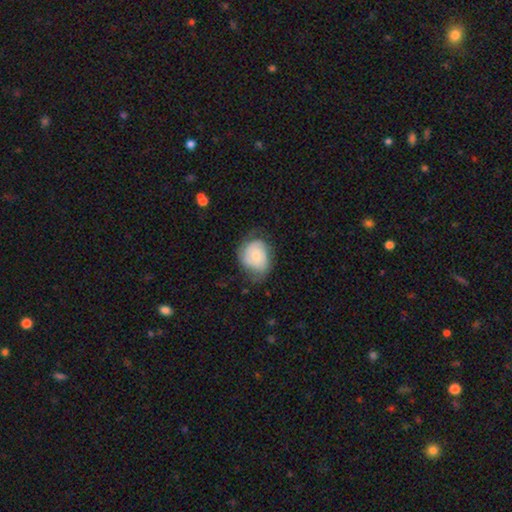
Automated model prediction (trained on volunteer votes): Smooth or featured? featured or disk (49%)
Merging? none (52%)